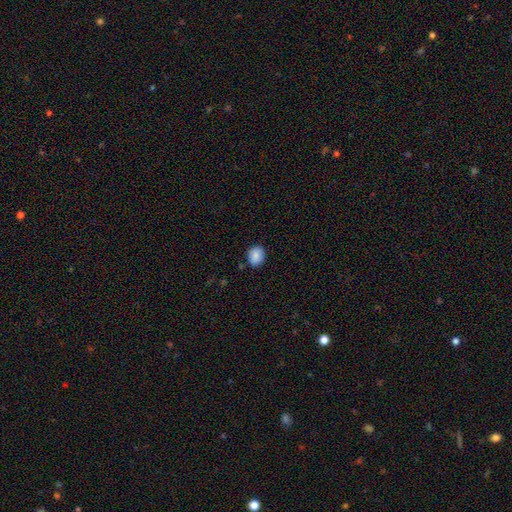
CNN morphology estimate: smooth 87%, star or artifact 8%, featured or disk 5%. Down the decision tree: how rounded — round (64%); merging — none (86%).